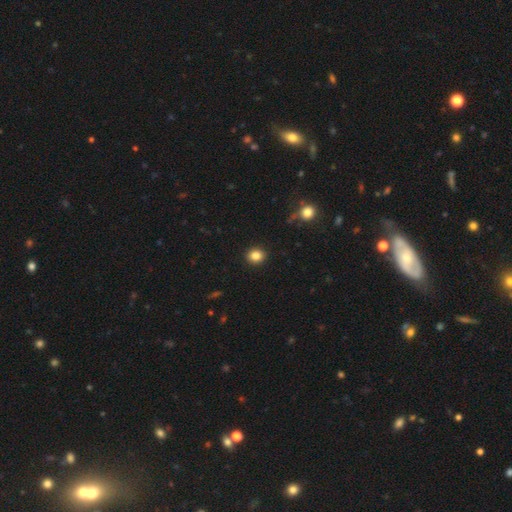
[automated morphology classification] smooth 85%, star or artifact 10%, featured or disk 5%. Down the decision tree: how rounded — round (71%); merging — none (91%).